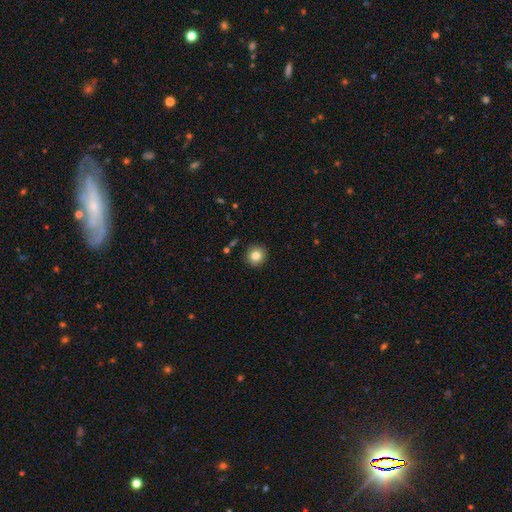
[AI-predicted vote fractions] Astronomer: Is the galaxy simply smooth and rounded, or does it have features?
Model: smooth — 81%.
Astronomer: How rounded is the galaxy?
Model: round — 91%.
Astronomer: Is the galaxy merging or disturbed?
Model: none — 91%.